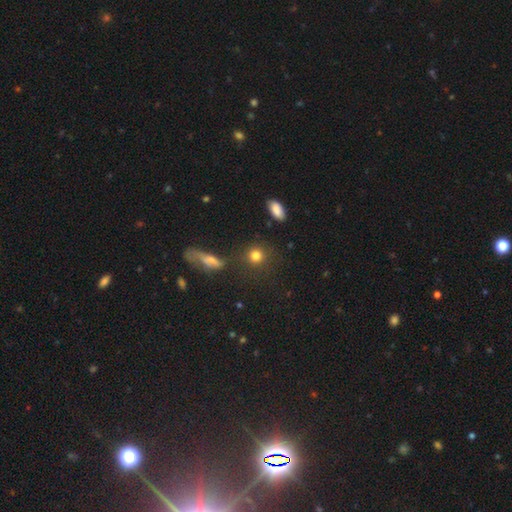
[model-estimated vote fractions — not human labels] smooth_or_featured: smooth (p=0.81) [alt: star or artifact p=0.11]
how_rounded: round (p=0.84) [alt: in between p=0.13]
merging: none (p=0.77) [alt: minor disturbance p=0.10]